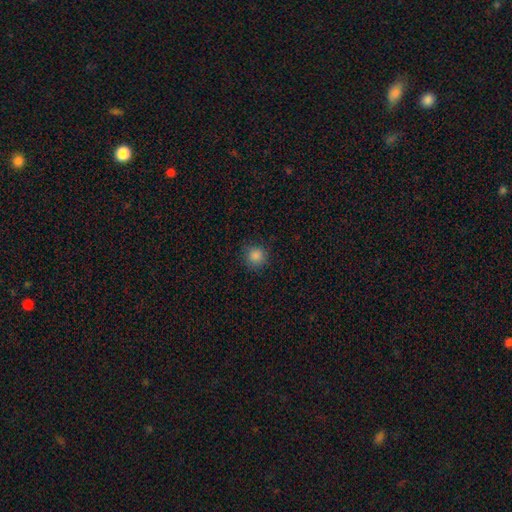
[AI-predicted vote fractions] smooth-or-featured: smooth: 85% | star or artifact: 12% | featured or disk: 3%
  how-rounded: round: 93% | in between: 6% | cigar-shaped: 1%
  merging: none: 89% | minor disturbance: 8% | major disturbance: 2% | merger: 1%